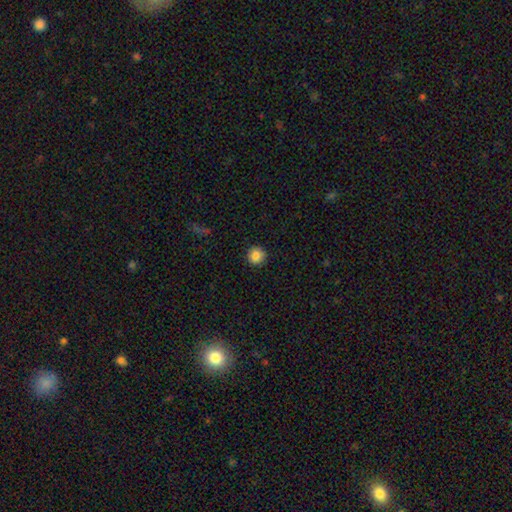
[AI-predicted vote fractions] Overall: smooth (85%). How rounded: round (94%). Merging: none (91%).